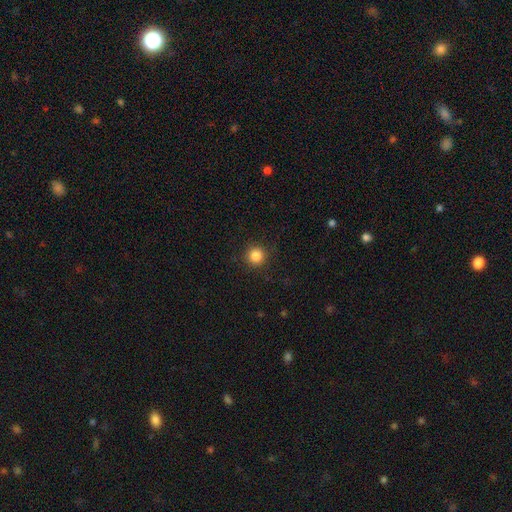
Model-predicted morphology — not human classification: type=smooth (85%); roundness=round (95%); merging=none (91%).